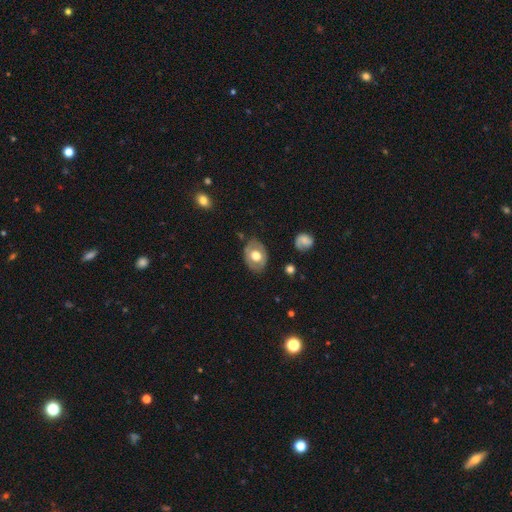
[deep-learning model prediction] Overall: smooth (52%; featured or disk 41%). How rounded: in between (67%; round 32%). Merging: none (78%).